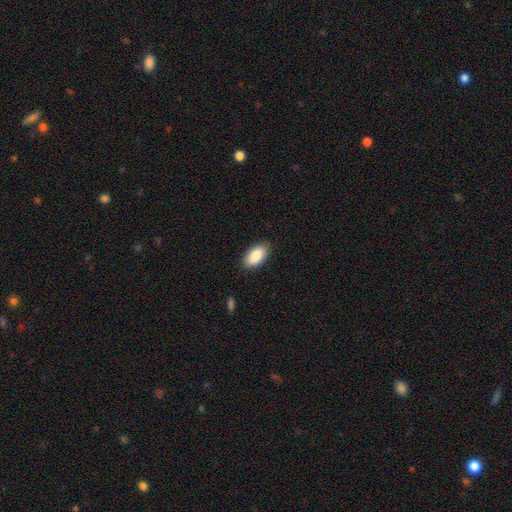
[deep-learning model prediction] This appears to be a smooth galaxy with no disk features (88%) that is in between round and cigar-shaped (95%). Merging: none (87%).